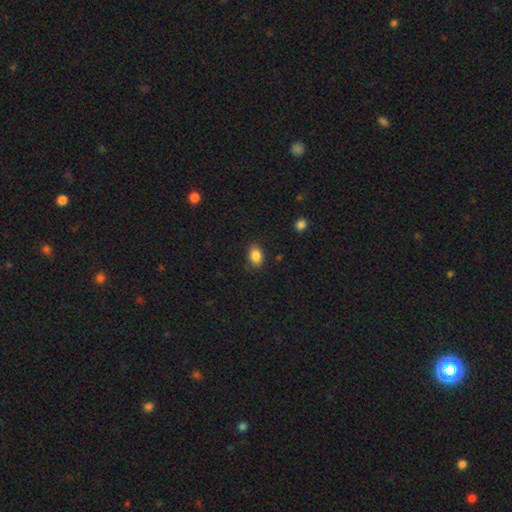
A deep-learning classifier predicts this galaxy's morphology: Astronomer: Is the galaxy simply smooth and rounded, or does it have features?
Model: smooth — 86%.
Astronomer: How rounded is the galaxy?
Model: in between — 79%.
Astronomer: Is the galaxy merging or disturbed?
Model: none — 85%.